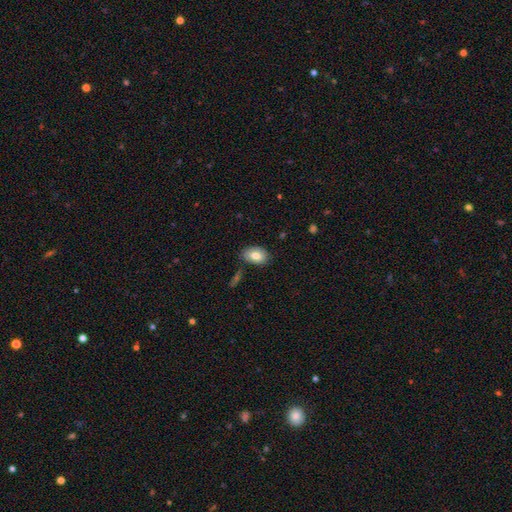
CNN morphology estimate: A smooth galaxy with no disk features (78%) that is in between round and cigar-shaped (86%). Merging: none (81%).